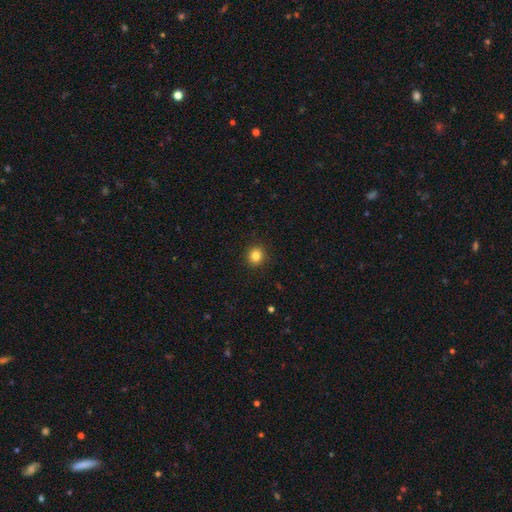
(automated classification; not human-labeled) Smooth or featured?
  - smooth: 83% *
  - star or artifact: 12%
  - featured or disk: 5%
How rounded?
  - round: 89% *
  - in between: 10%
  - cigar-shaped: 1%
Merging?
  - none: 92% *
  - minor disturbance: 6%
  - major disturbance: 2%
  - merger: 1%